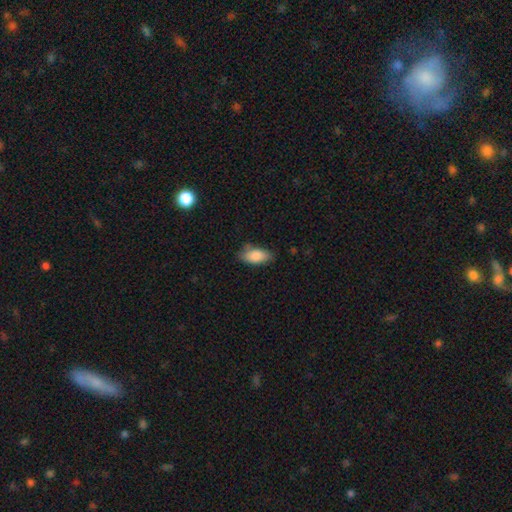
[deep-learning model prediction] Smooth or featured? Predicted: smooth (p=0.85). How rounded? Predicted: in between (p=0.89). Merging? Predicted: none (p=0.72).